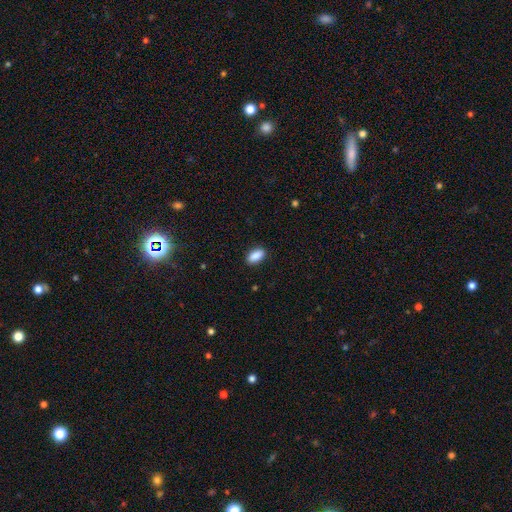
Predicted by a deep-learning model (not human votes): Q: Smooth or featured?
A: smooth (90%); runner-up: star or artifact (7%)
Q: How rounded?
A: in between (91%); runner-up: cigar-shaped (6%)
Q: Merging?
A: none (89%); runner-up: minor disturbance (8%)